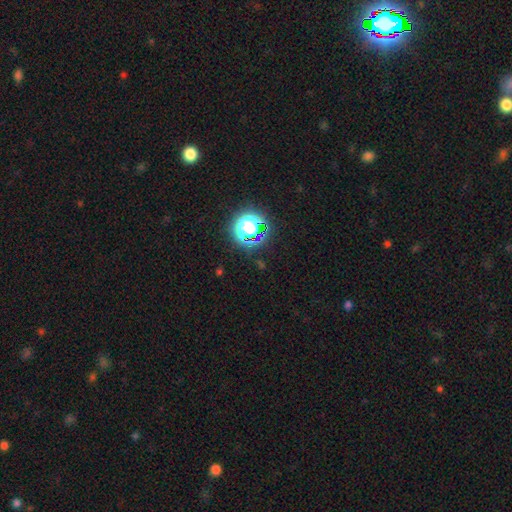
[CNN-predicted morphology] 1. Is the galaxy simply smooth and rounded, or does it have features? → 77% star or artifact, 16% smooth, 7% featured or disk.